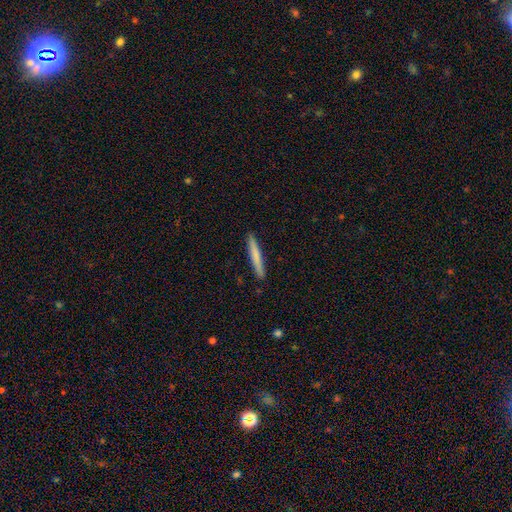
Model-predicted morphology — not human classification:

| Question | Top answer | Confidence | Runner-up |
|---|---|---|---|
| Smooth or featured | smooth | 73% | featured or disk (22%) |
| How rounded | cigar-shaped | 96% | in between (3%) |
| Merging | none | 91% | minor disturbance (7%) |